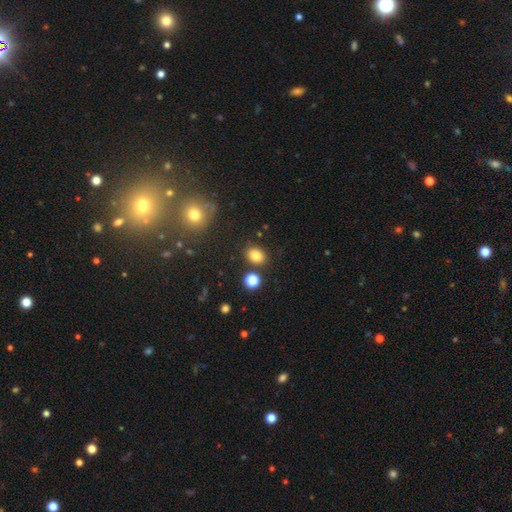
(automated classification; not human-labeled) Smooth or featured: smooth — 82% (star or artifact — 12%)
How rounded: in between — 60% (round — 39%)
Merging: none — 81% (minor disturbance — 10%)